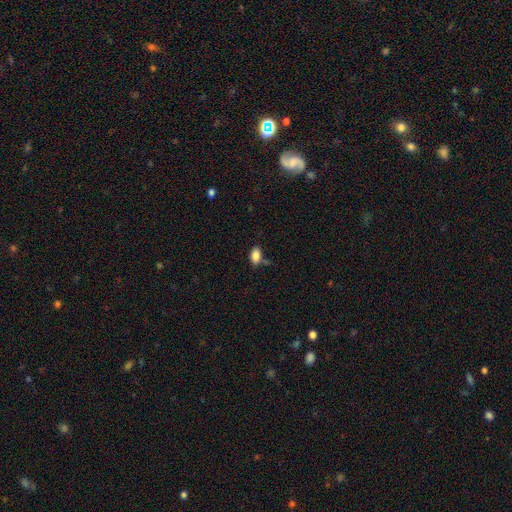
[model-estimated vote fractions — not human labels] Smooth or featured: smooth — 85% (star or artifact — 9%)
How rounded: in between — 91% (round — 6%)
Merging: none — 71% (minor disturbance — 17%)